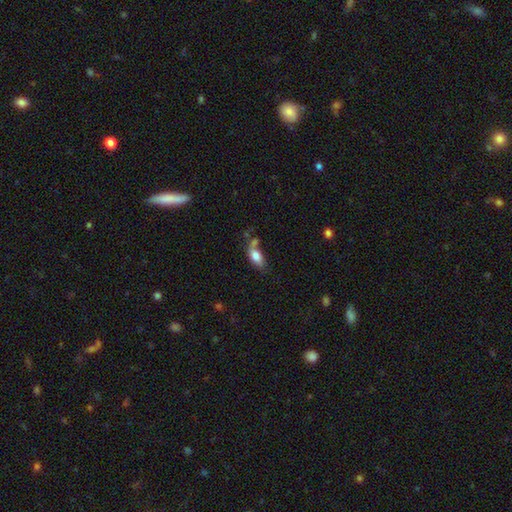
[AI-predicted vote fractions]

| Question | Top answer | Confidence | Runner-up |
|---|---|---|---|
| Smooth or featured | smooth | 77% | featured or disk (15%) |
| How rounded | in between | 85% | cigar-shaped (9%) |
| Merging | none | 42% | merger (26%) |